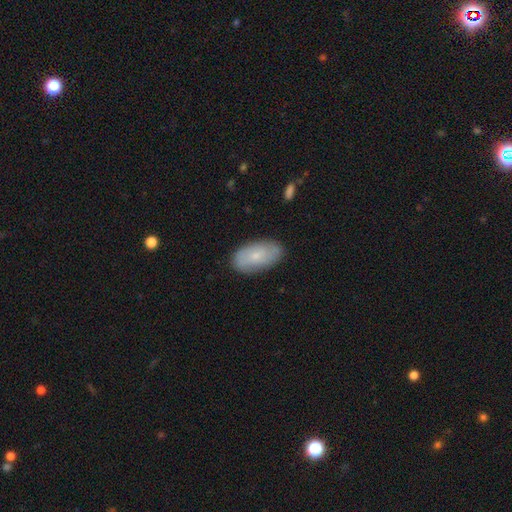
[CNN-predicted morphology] Q: Smooth or featured?
A: smooth (62%); runner-up: featured or disk (31%)
Q: How rounded?
A: in between (93%); runner-up: round (4%)
Q: Merging?
A: none (83%); runner-up: minor disturbance (13%)